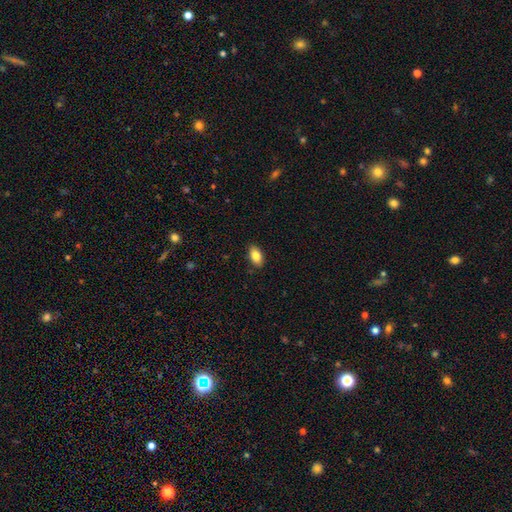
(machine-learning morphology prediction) A smooth galaxy with no disk features (85%) that is in between round and cigar-shaped (92%). Merging: none (87%).